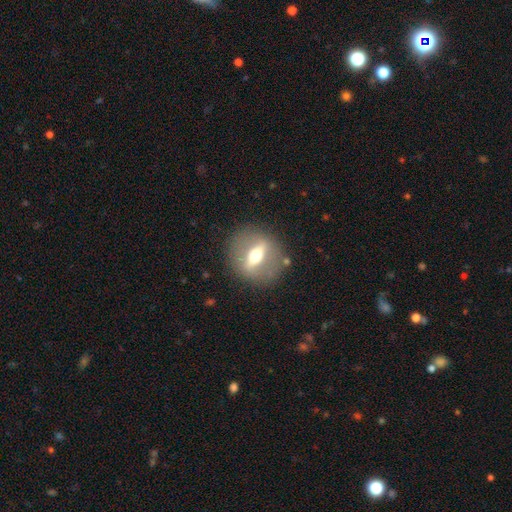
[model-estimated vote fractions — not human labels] featured or disk 69%, smooth 24%, star or artifact 8%. Down the decision tree: edge-on disk — yes (52%); merging — none (84%).